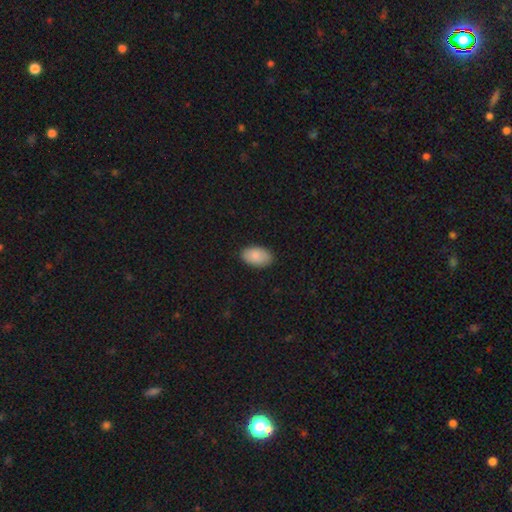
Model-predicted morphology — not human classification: Smooth or featured? Predicted: smooth (p=0.88). How rounded? Predicted: in between (p=0.93). Merging? Predicted: none (p=0.87).